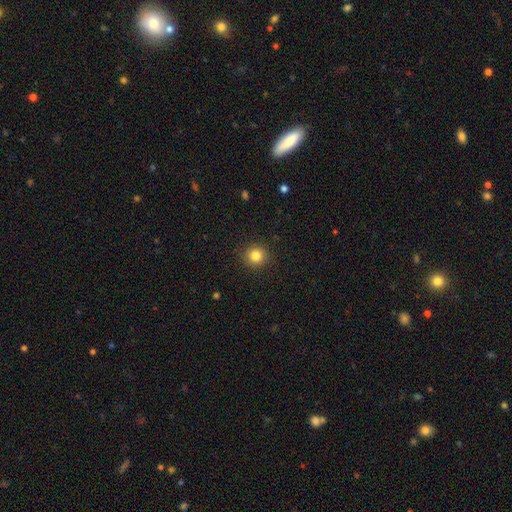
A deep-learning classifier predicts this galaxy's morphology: smooth-or-featured: smooth: 83% | star or artifact: 11% | featured or disk: 6%
  how-rounded: round: 92% | in between: 7% | cigar-shaped: 1%
  merging: none: 91% | minor disturbance: 6% | major disturbance: 2% | merger: 1%